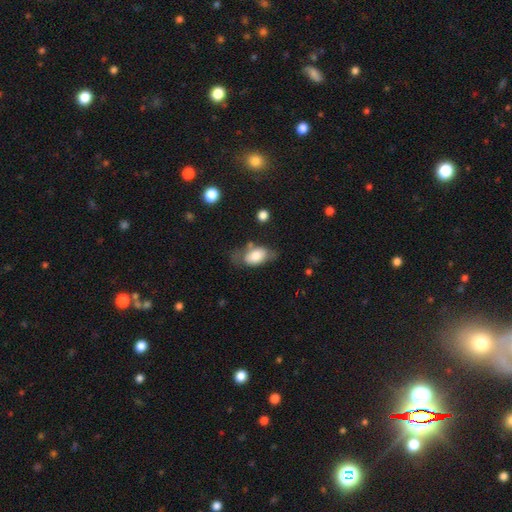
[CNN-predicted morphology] type=smooth (70%); roundness=in between (90%); merging=none (47%).